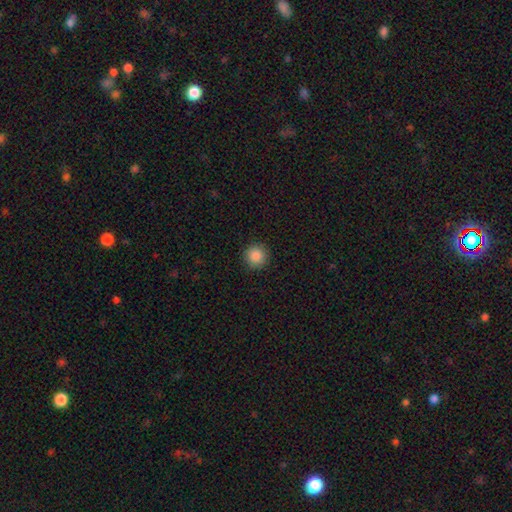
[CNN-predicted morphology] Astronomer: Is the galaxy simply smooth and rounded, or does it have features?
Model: smooth — 87%.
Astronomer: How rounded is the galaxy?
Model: round — 95%.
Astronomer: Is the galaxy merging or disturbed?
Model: none — 92%.